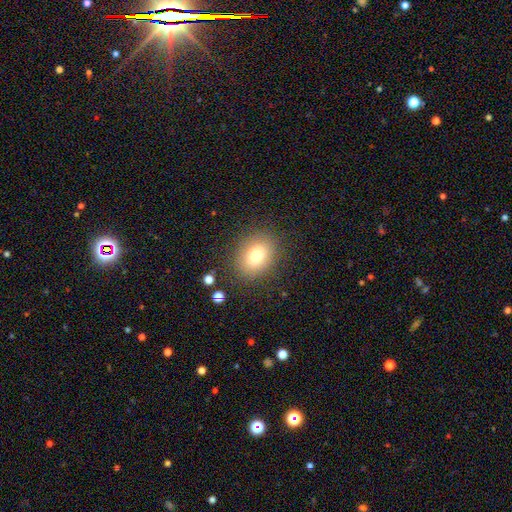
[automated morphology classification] The model was most divided on "how rounded": in between: 54%, round: 45%, cigar-shaped: 1%. More confident: merging — none (84%); smooth or featured — smooth (76%).